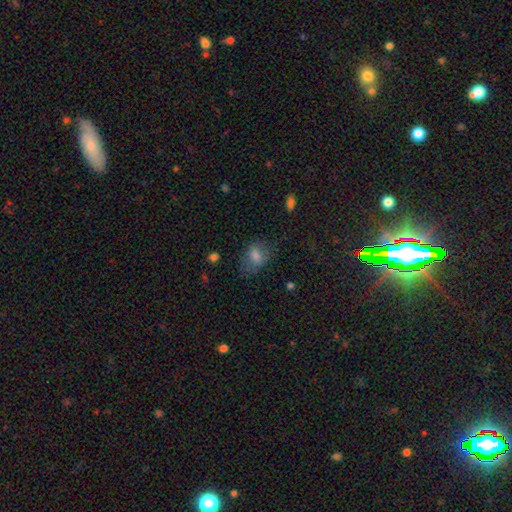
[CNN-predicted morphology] This appears to be a smooth galaxy with no disk features (69%) that is in between round and cigar-shaped (79%). Merging: none (63%).